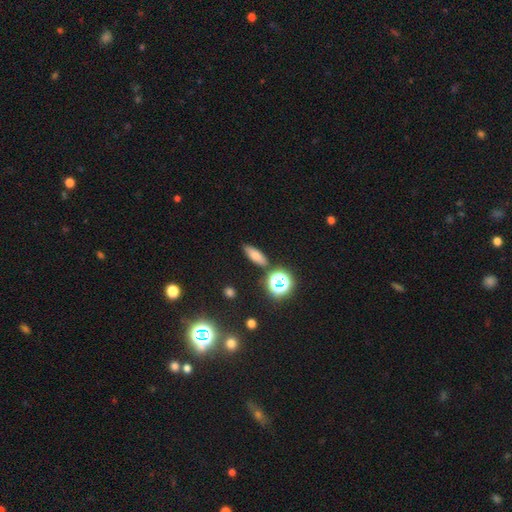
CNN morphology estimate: Smooth or featured?
  - smooth: 71% *
  - star or artifact: 17%
  - featured or disk: 12%
How rounded?
  - in between: 56% *
  - cigar-shaped: 32%
  - round: 11%
Merging?
  - none: 83% *
  - minor disturbance: 10%
  - merger: 4%
  - major disturbance: 3%